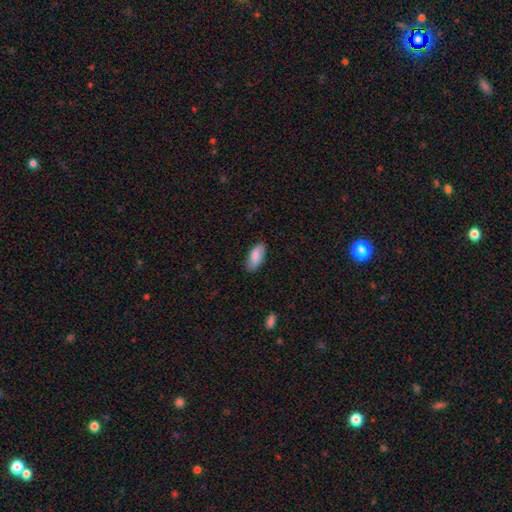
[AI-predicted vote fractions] This is clearly a smooth galaxy (83%). How rounded: clearly in between (88%). Merging: likely none (80%).